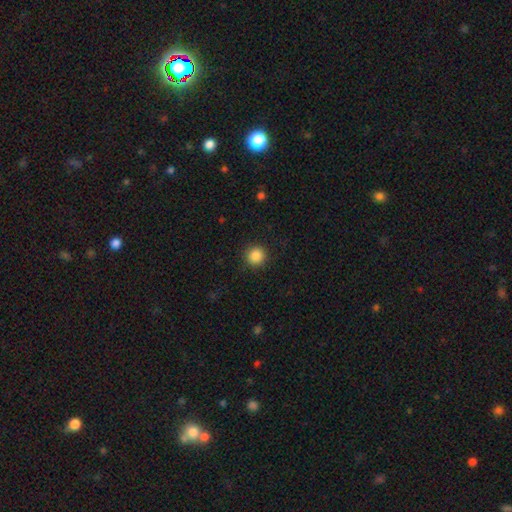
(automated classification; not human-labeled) This is clearly a smooth galaxy (87%). How rounded: clearly round (95%). Merging: clearly none (91%).